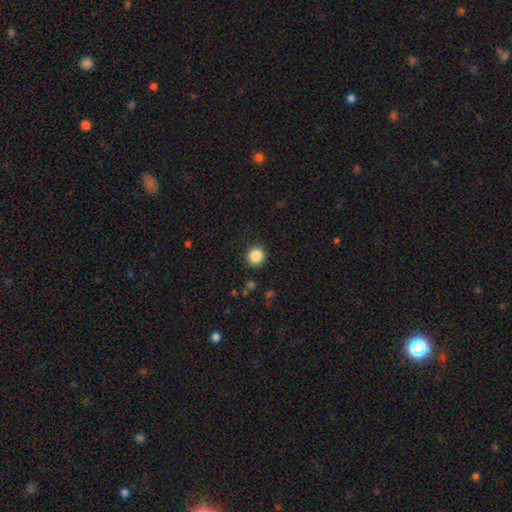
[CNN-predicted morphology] smooth_or_featured: smooth (p=0.86) [alt: star or artifact p=0.10]
how_rounded: round (p=0.94) [alt: in between p=0.05]
merging: none (p=0.91) [alt: minor disturbance p=0.06]